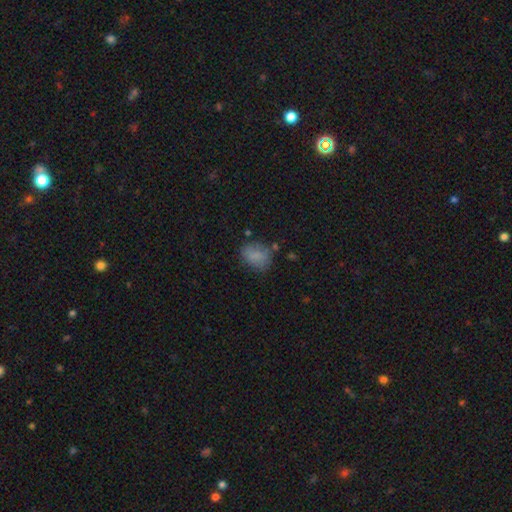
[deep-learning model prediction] A smooth galaxy with no disk features (80%) that is in between round and cigar-shaped (68%).

Vote fractions:
- Smooth or featured? smooth: 80% / star or artifact: 10% / featured or disk: 10%
- How rounded? in between: 68% / round: 30% / cigar-shaped: 1%
- Merging? none: 65% / minor disturbance: 22% / major disturbance: 8% / merger: 5%